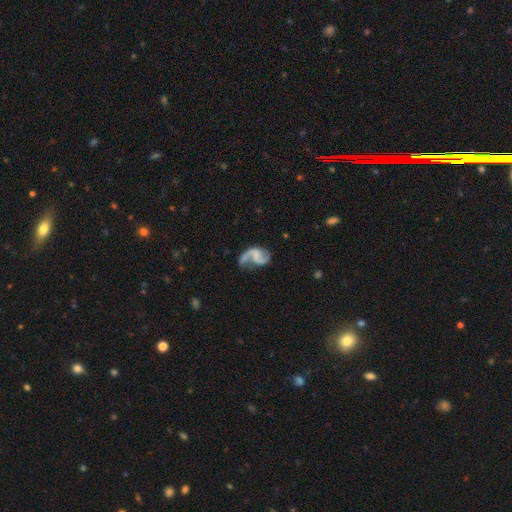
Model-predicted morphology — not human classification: Overall: featured or disk (87%). Edge-on disk: no (98%). Bar: no (45%; weak 40%). Spiral arms: yes (96%). Spiral arm count: 2 (88%). Spiral winding: loose (62%; medium 32%). Bulge size: none (56%; small 29%). Merging: none (58%; minor disturbance 21%).